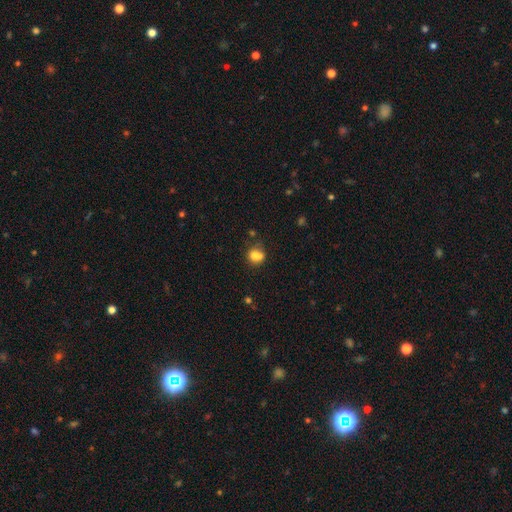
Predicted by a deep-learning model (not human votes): Smooth or featured: smooth — 75% (featured or disk — 13%)
How rounded: round — 66% (in between — 33%)
Merging: none — 41% (merger — 35%)